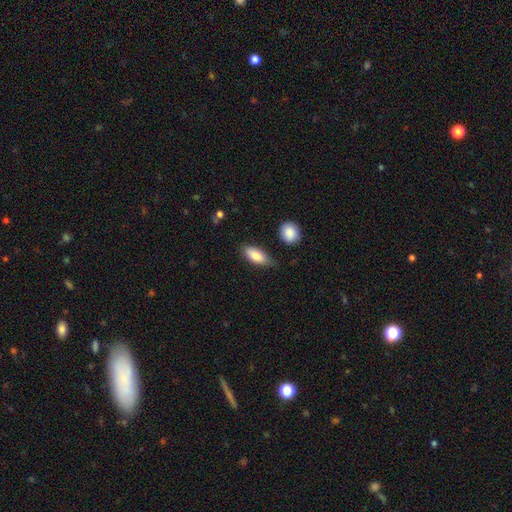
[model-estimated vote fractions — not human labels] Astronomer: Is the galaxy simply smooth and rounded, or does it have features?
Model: smooth — 83%.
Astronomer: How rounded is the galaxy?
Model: in between — 83%.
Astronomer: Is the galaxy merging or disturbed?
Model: none — 69%.